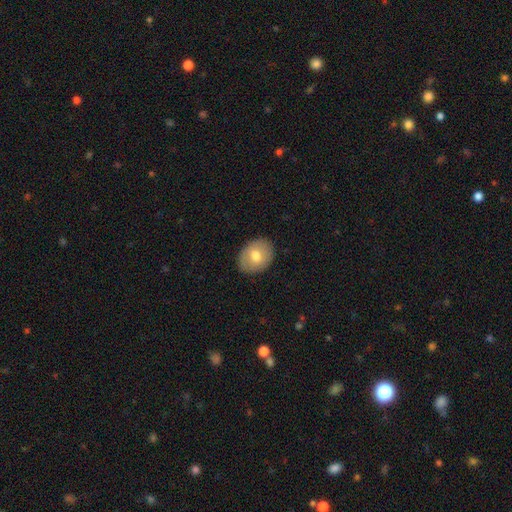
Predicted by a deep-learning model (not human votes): Smooth or featured?
  - smooth: 70% *
  - featured or disk: 23%
  - star or artifact: 7%
How rounded?
  - in between: 57% *
  - round: 42%
  - cigar-shaped: 1%
Merging?
  - none: 87% *
  - minor disturbance: 9%
  - major disturbance: 2%
  - merger: 1%